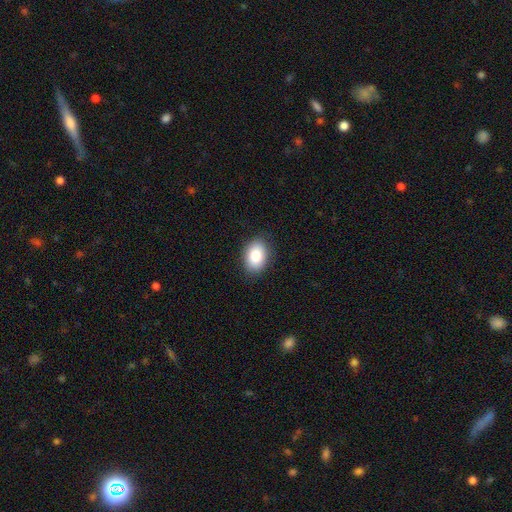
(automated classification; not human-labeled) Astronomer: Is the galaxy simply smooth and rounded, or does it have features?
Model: smooth — 85%.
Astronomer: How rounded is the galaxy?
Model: in between — 84%.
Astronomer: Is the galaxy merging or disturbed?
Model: none — 86%.